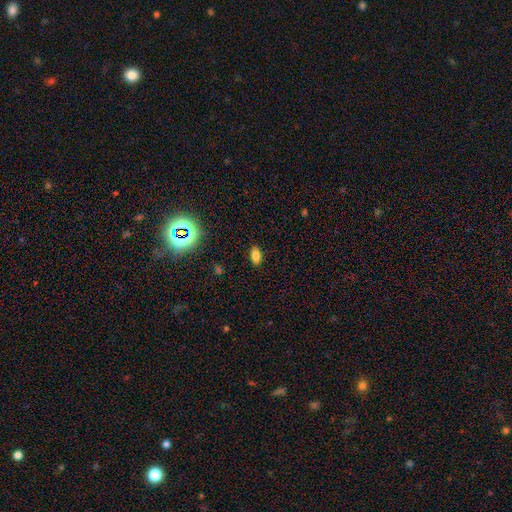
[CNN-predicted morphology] Overall: smooth (76%). How rounded: in between (89%). Merging: none (88%).